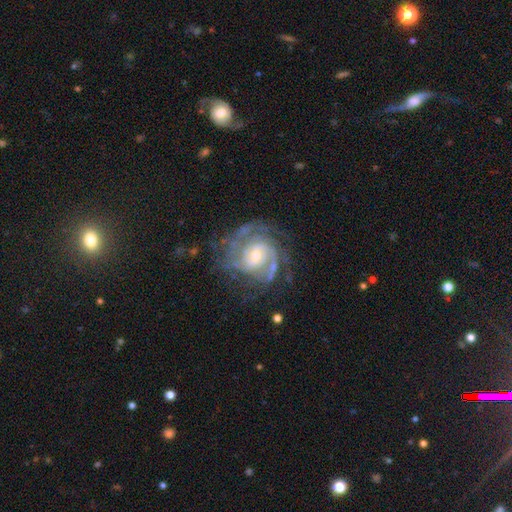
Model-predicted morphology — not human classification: This appears to be a featured or disk galaxy (89%) with no bar (60%), 2 (34%) tight (61%) spiral arms (96%) and a small central bulge (54%). Merging: none (64%).